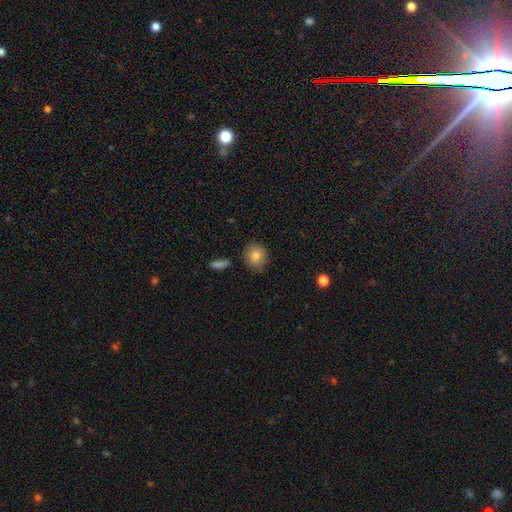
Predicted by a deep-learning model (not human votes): smooth_or_featured: smooth (p=0.84) [alt: star or artifact p=0.08]
how_rounded: round (p=0.87) [alt: in between p=0.12]
merging: none (p=0.82) [alt: minor disturbance p=0.12]